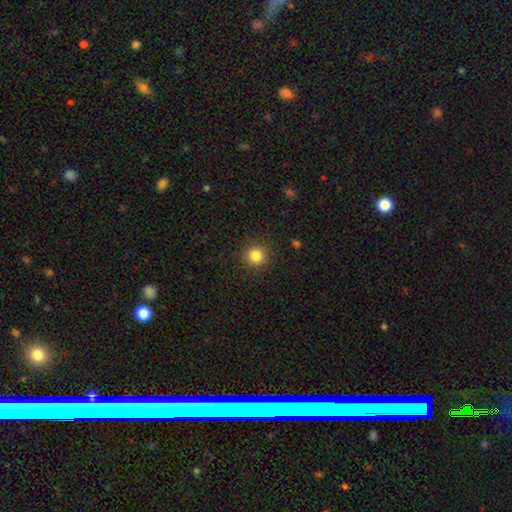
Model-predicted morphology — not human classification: Smooth or featured? Predicted: smooth (p=0.84). How rounded? Predicted: round (p=0.94). Merging? Predicted: none (p=0.91).